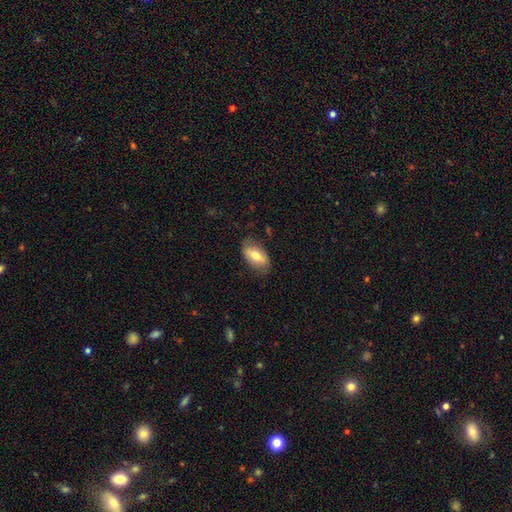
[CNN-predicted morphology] Smooth or featured? Predicted: smooth (p=0.66). How rounded? Predicted: in between (p=0.91). Merging? Predicted: none (p=0.75).